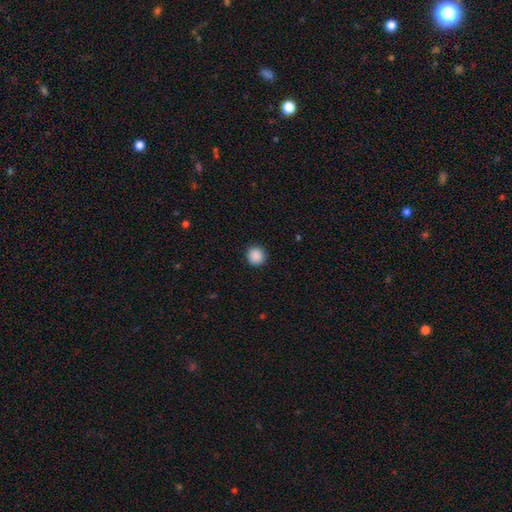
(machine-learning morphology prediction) A smooth galaxy with no disk features (89%) that is round (92%).

Vote fractions:
- Smooth or featured? smooth: 89% / star or artifact: 9% / featured or disk: 2%
- How rounded? round: 92% / in between: 7% / cigar-shaped: 1%
- Merging? none: 92% / minor disturbance: 5% / major disturbance: 2% / merger: 1%